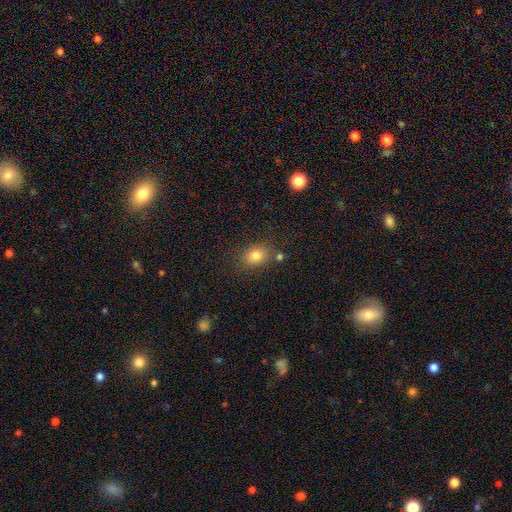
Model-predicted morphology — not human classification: The model was most divided on "how rounded": in between: 59%, round: 40%, cigar-shaped: 1%. More confident: smooth or featured — smooth (80%); merging — none (75%).